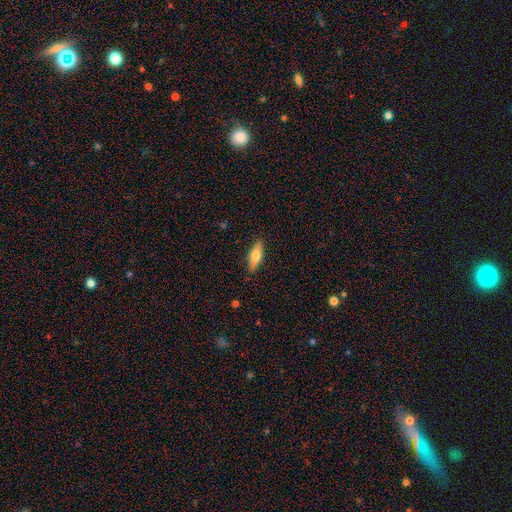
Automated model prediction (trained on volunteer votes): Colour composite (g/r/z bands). It shows a smooth galaxy with no disk features (59%) that is in between round and cigar-shaped (52%). Merging: none (87%).